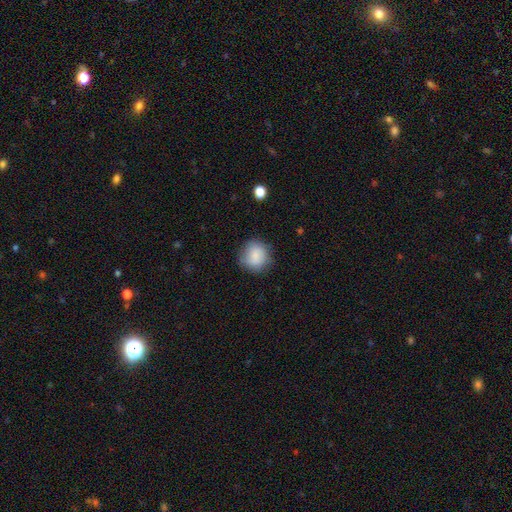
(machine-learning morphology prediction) Overall: smooth (85%). How rounded: round (84%). Merging: none (81%).